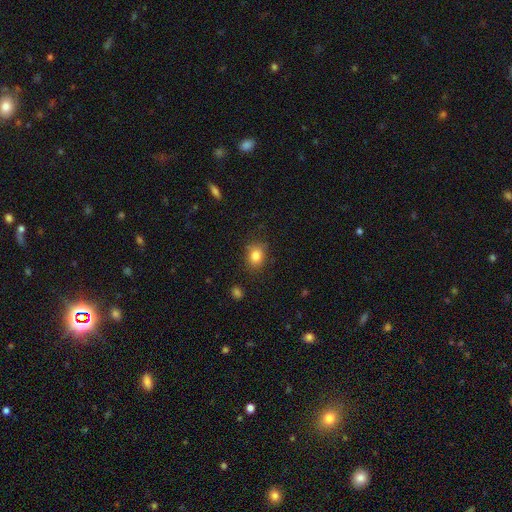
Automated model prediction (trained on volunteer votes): A smooth galaxy with no disk features (83%) that is in between round and cigar-shaped (56%). Merging: none (78%).